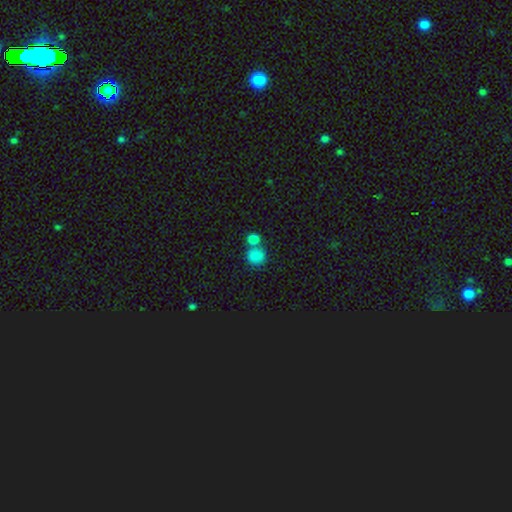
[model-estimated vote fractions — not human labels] Smooth or featured: smooth — 82% (star or artifact — 11%)
How rounded: round — 62% (in between — 36%)
Merging: none — 46% (merger — 38%)